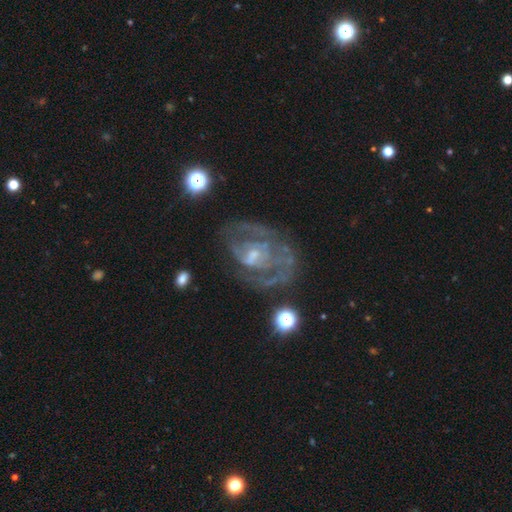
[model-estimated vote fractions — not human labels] Smooth or featured?
  - featured or disk: 78% *
  - smooth: 12%
  - star or artifact: 10%
Edge-on disk?
  - no: 97% *
  - yes: 3%
Bar?
  - no: 56% *
  - weak: 36%
  - strong: 8%
Spiral arms?
  - yes: 69% *
  - no: 31%
Spiral winding?
  - tight: 45% *
  - medium: 38%
  - loose: 17%
Spiral arm count?
  - can't tell: 45% *
  - 2: 28%
  - 1: 11%
  - 3: 9%
  - 4: 4%
  - more than 4: 3%
Bulge size?
  - small: 54% *
  - moderate: 28%
  - none: 14%
  - large: 2%
  - dominant: 1%
Merging?
  - none: 54% *
  - major disturbance: 22%
  - minor disturbance: 21%
  - merger: 3%